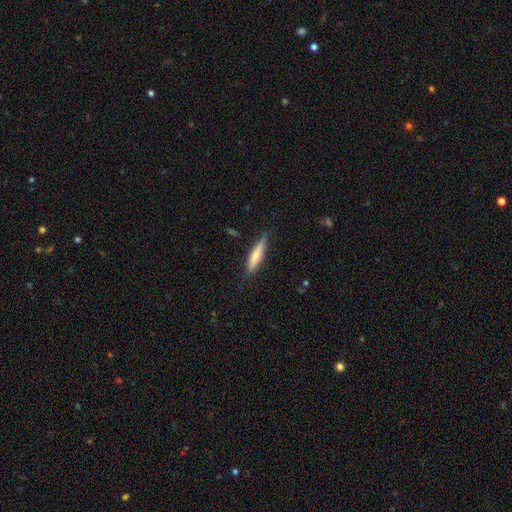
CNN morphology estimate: A smooth galaxy with no disk features (63%) that is cigar-shaped (81%).

Vote fractions:
- Smooth or featured? smooth: 63% / featured or disk: 31% / star or artifact: 6%
- How rounded? cigar-shaped: 81% / in between: 17% / round: 2%
- Merging? none: 76% / minor disturbance: 19% / major disturbance: 4% / merger: 1%